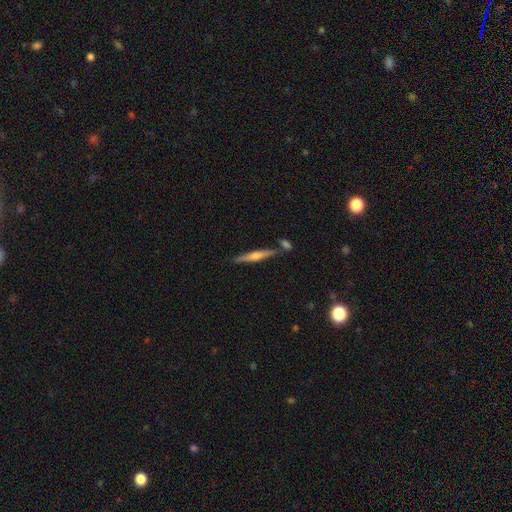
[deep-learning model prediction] A featured or disk galaxy (66%) viewed edge-on (97%) with a rounded central bulge (81%).

Vote fractions:
- Smooth or featured? featured or disk: 66% / smooth: 27% / star or artifact: 6%
- Edge-on disk? yes: 97% / no: 3%
- Edge-on bulge? rounded: 81% / none: 10% / boxy: 9%
- Merging? none: 81% / minor disturbance: 9% / merger: 8% / major disturbance: 2%